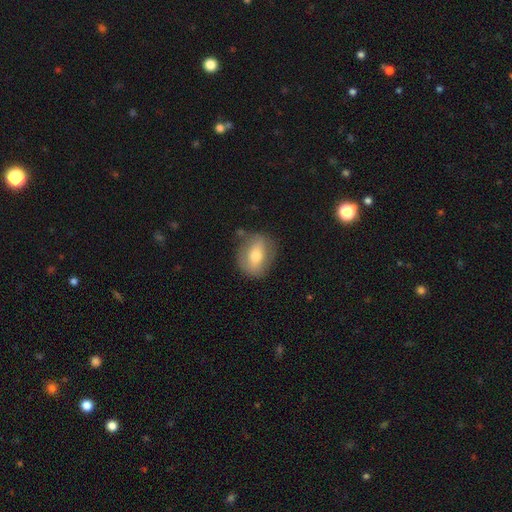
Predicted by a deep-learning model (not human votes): A smooth galaxy with no disk features (55%) that is in between round and cigar-shaped (53%). Merging: none (73%).